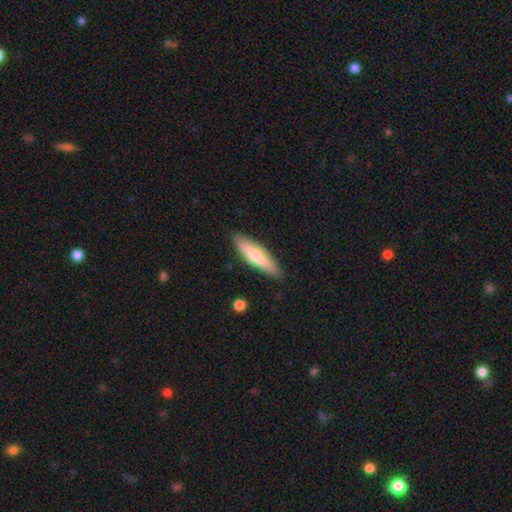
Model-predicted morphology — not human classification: Smooth or featured? smooth (64%)
How rounded? cigar-shaped (72%)
Merging? none (87%)